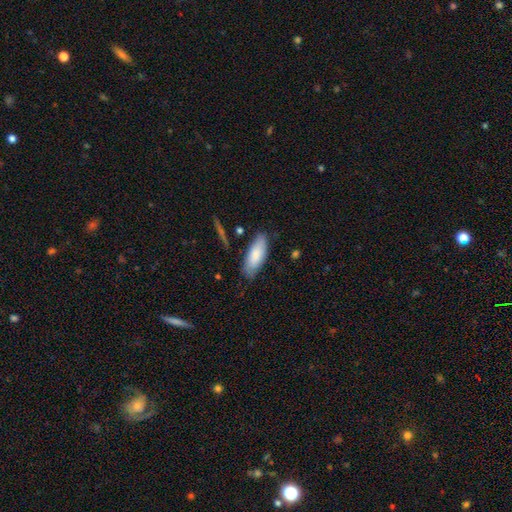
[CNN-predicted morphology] Smooth or featured?
  - smooth: 81% *
  - featured or disk: 14%
  - star or artifact: 5%
How rounded?
  - in between: 74% *
  - cigar-shaped: 24%
  - round: 2%
Merging?
  - none: 77% *
  - minor disturbance: 17%
  - major disturbance: 3%
  - merger: 2%